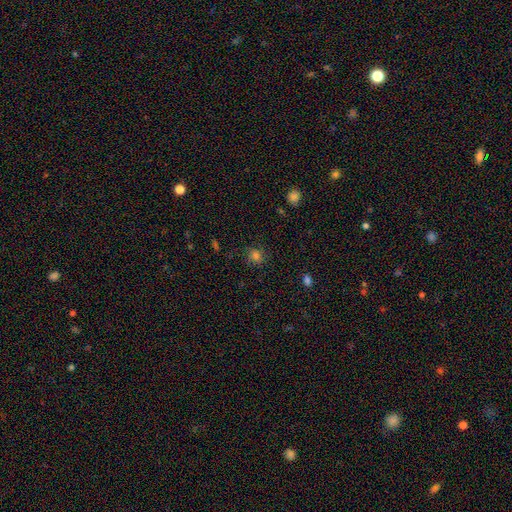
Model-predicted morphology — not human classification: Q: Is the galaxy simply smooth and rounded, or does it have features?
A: smooth — 73%.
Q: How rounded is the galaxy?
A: round — 81%.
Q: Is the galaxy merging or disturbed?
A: none — 80%.